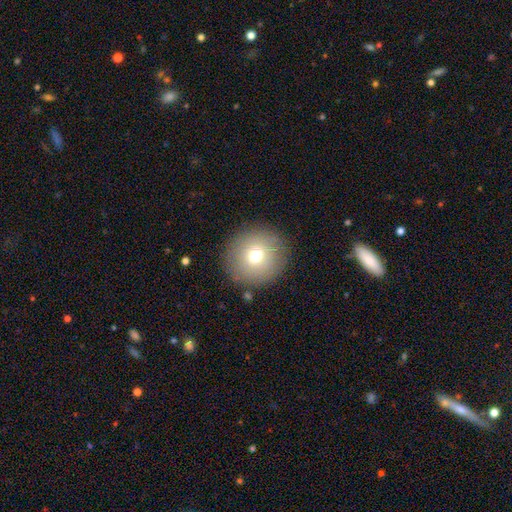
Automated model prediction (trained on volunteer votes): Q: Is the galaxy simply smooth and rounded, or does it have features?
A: smooth — 70%.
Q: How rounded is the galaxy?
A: round — 92%.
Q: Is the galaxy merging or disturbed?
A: none — 87%.